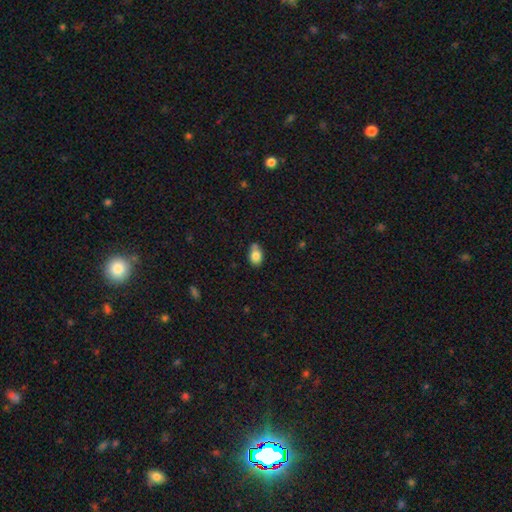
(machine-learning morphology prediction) Overall: smooth (82%). How rounded: in between (73%). Merging: none (55%; minor disturbance 24%).